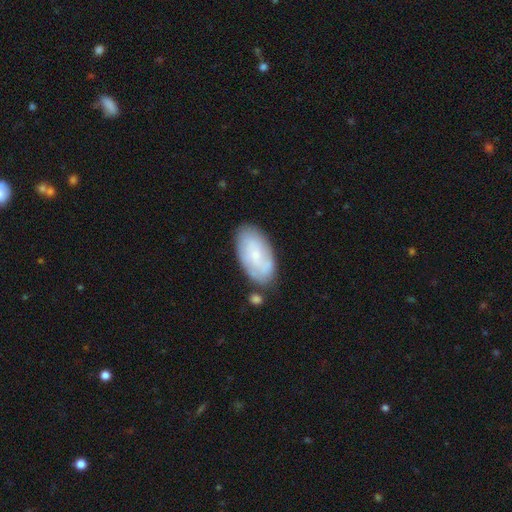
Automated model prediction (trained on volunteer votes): Q: Smooth or featured?
A: smooth (53%); runner-up: featured or disk (40%)
Q: How rounded?
A: in between (94%); runner-up: round (3%)
Q: Merging?
A: none (71%); runner-up: minor disturbance (18%)